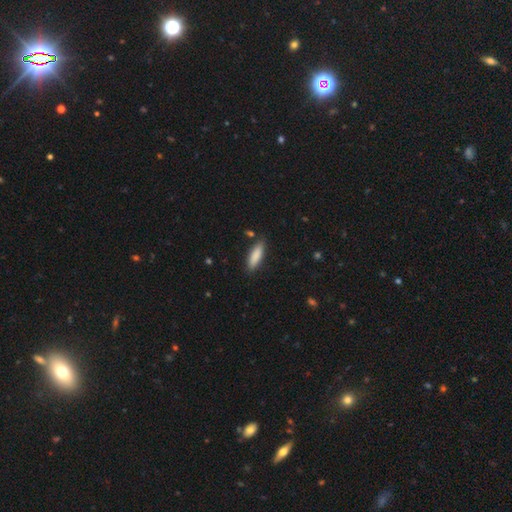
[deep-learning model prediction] A smooth galaxy with no disk features (86%) that is cigar-shaped (54%). Merging: none (85%).